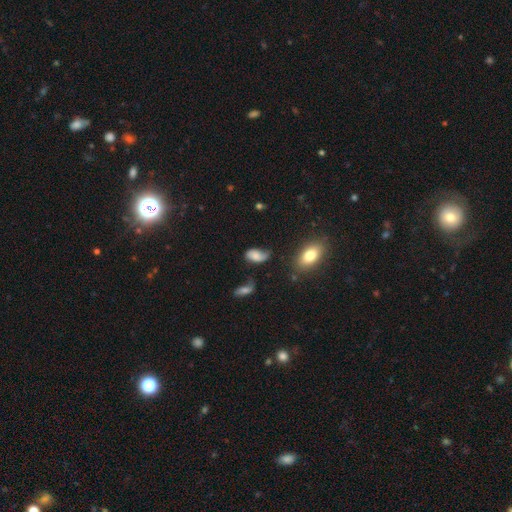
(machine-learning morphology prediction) Smooth or featured?
  - smooth: 60% *
  - featured or disk: 30%
  - star or artifact: 11%
How rounded?
  - in between: 90% *
  - round: 7%
  - cigar-shaped: 3%
Merging?
  - none: 41% *
  - minor disturbance: 33%
  - major disturbance: 20%
  - merger: 5%